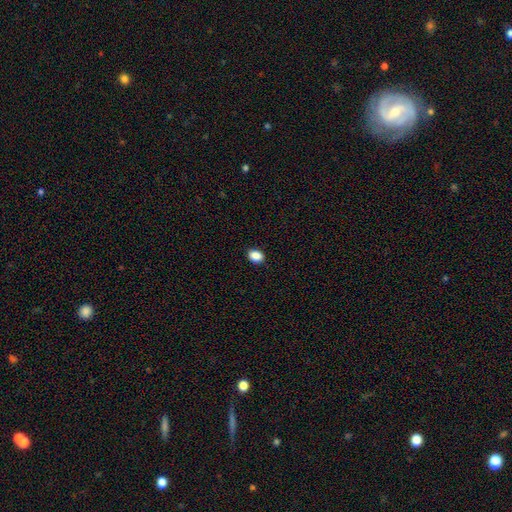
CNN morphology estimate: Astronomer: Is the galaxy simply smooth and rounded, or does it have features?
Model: smooth — 89%.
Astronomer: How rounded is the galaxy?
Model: in between — 68%.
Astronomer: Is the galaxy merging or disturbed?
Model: none — 90%.